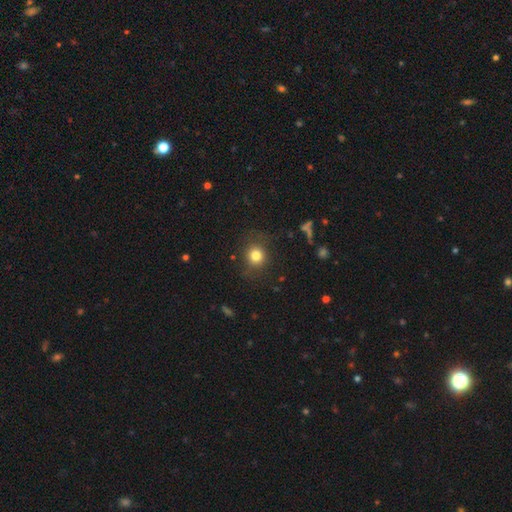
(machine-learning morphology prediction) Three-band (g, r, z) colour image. It shows a smooth galaxy with no disk features (81%) that is round (85%). Merging: none (82%).